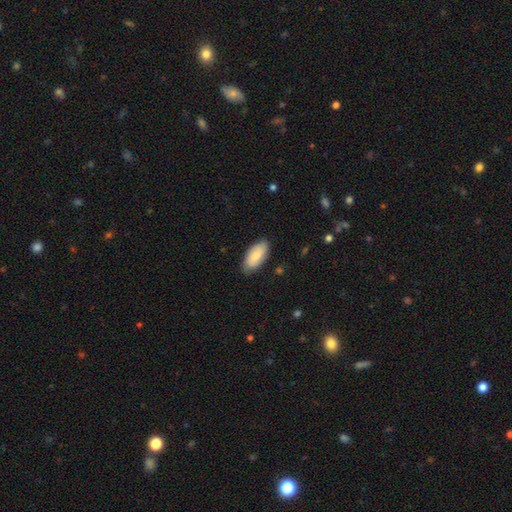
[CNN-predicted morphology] This is likely a smooth galaxy (75%). How rounded: clearly in between (92%). Merging: likely none (80%).